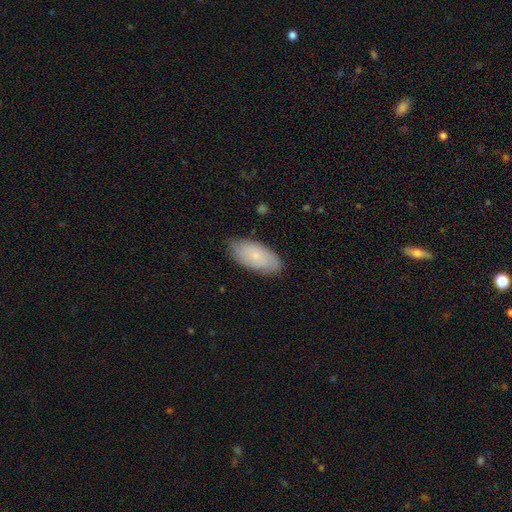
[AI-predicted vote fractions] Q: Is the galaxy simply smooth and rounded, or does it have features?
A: smooth — 62%.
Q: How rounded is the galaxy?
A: in between — 92%.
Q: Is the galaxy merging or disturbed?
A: none — 80%.